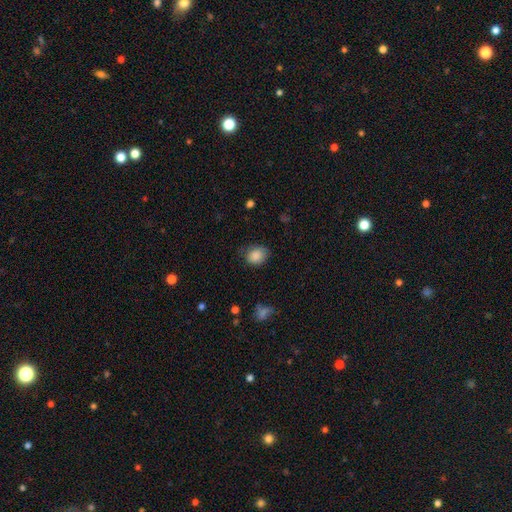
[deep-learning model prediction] Q: Smooth or featured?
A: smooth (87%); runner-up: star or artifact (8%)
Q: How rounded?
A: in between (50%); runner-up: round (49%)
Q: Merging?
A: none (66%); runner-up: minor disturbance (26%)